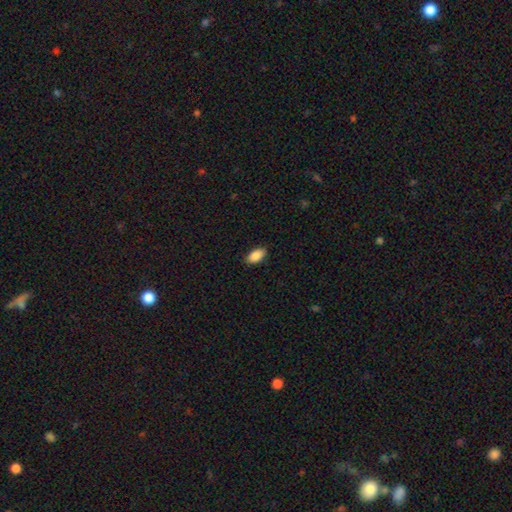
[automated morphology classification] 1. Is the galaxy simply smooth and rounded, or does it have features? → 89% smooth, 7% star or artifact, 5% featured or disk.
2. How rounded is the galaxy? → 94% in between, 3% round, 3% cigar-shaped.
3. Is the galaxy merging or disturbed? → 89% none, 9% minor disturbance, 2% major disturbance, 1% merger.